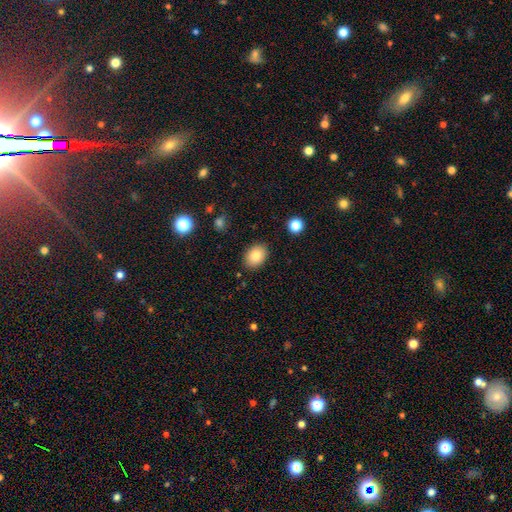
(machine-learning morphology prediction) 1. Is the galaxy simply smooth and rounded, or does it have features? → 82% smooth, 10% featured or disk, 9% star or artifact.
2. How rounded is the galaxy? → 74% in between, 25% round, 1% cigar-shaped.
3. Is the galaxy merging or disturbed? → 88% none, 9% minor disturbance, 2% major disturbance, 1% merger.